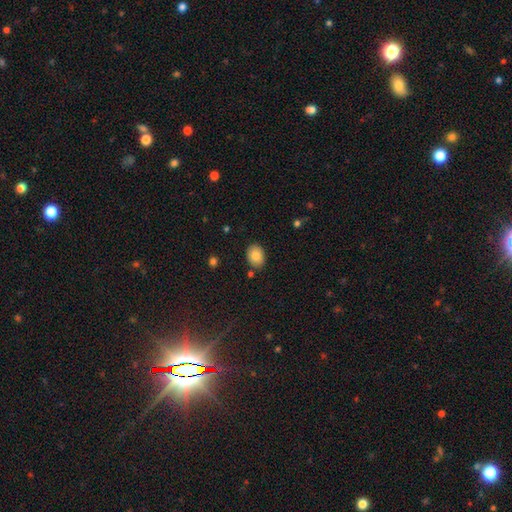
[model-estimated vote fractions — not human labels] Smooth or featured?
  - smooth: 84% *
  - star or artifact: 8%
  - featured or disk: 8%
How rounded?
  - in between: 72% *
  - round: 27%
  - cigar-shaped: 1%
Merging?
  - none: 84% *
  - minor disturbance: 10%
  - merger: 3%
  - major disturbance: 2%